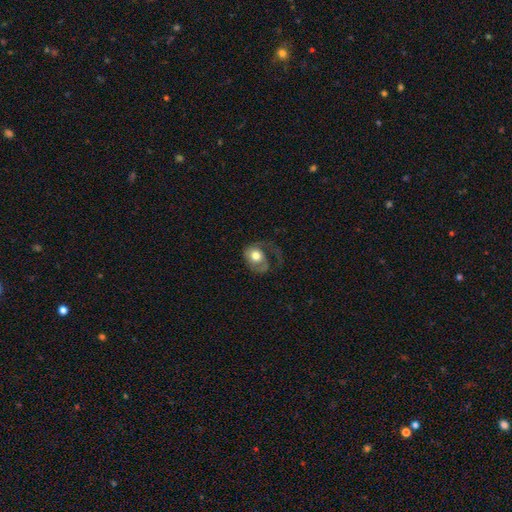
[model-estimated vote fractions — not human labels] A smooth galaxy with no disk features (47%). Merging: major disturbance (47%).